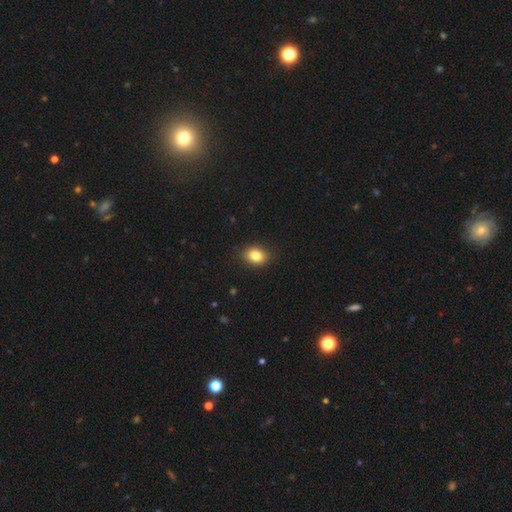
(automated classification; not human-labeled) smooth-or-featured: smooth: 83% | star or artifact: 10% | featured or disk: 7%
  how-rounded: in between: 66% | round: 33% | cigar-shaped: 1%
  merging: none: 87% | minor disturbance: 10% | major disturbance: 2% | merger: 1%